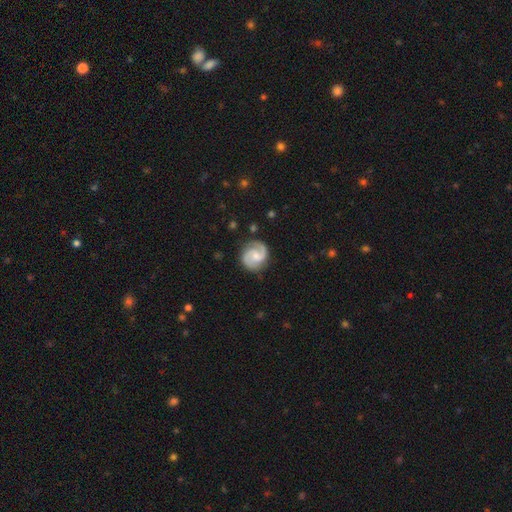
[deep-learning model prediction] A featured or disk galaxy (84%) with no bar (46%, tied with weak), 2 (92%) medium (54%) spiral arms (97%) and a moderate central bulge (44%). Merging: none (84%).